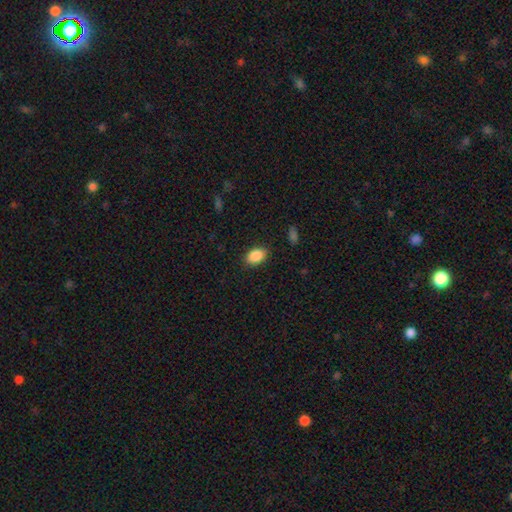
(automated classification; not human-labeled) A smooth galaxy with no disk features (89%) that is in between round and cigar-shaped (86%). Merging: none (87%).